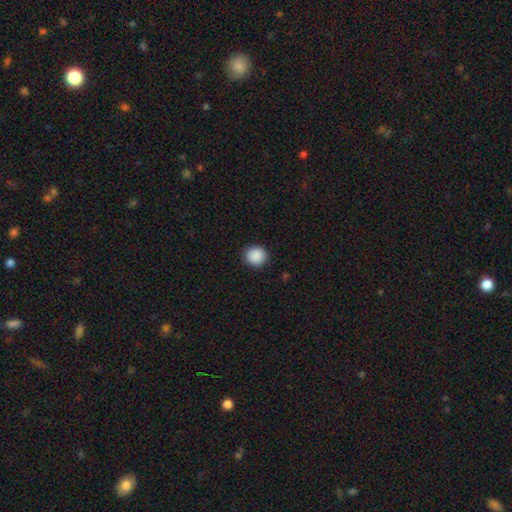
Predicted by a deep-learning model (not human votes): smooth_or_featured: smooth (p=0.90) [alt: star or artifact p=0.08]
how_rounded: round (p=0.90) [alt: in between p=0.09]
merging: none (p=0.92) [alt: minor disturbance p=0.05]